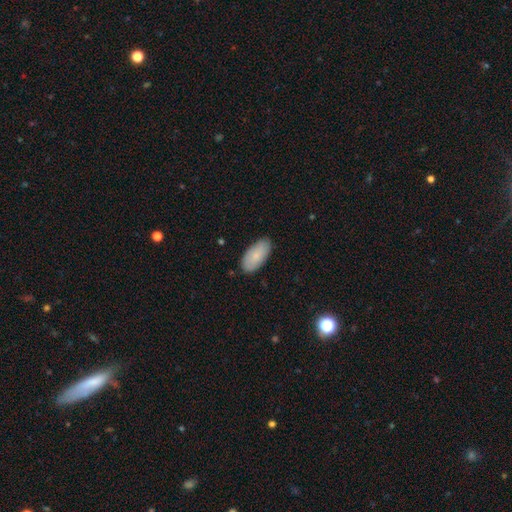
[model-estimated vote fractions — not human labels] Smooth or featured? Predicted: smooth (p=0.84). How rounded? Predicted: in between (p=0.93). Merging? Predicted: none (p=0.85).